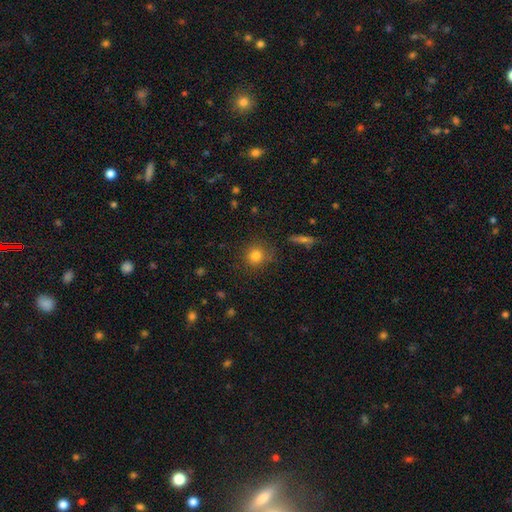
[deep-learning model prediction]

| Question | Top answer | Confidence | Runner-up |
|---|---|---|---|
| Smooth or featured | smooth | 81% | star or artifact (12%) |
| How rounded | round | 90% | in between (8%) |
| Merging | none | 82% | minor disturbance (11%) |